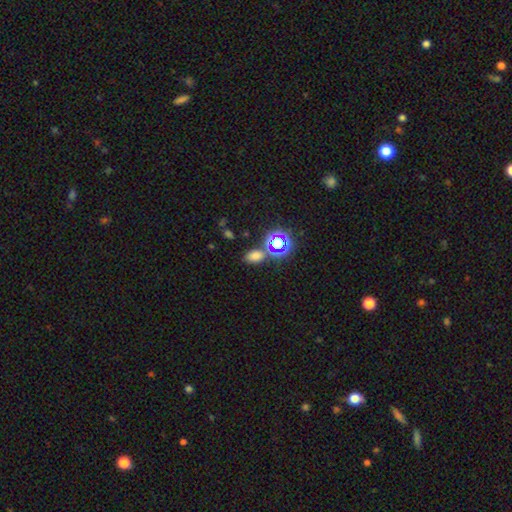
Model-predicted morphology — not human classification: Smooth or featured? Predicted: smooth (p=0.64). How rounded? Predicted: in between (p=0.82). Merging? Predicted: none (p=0.74).